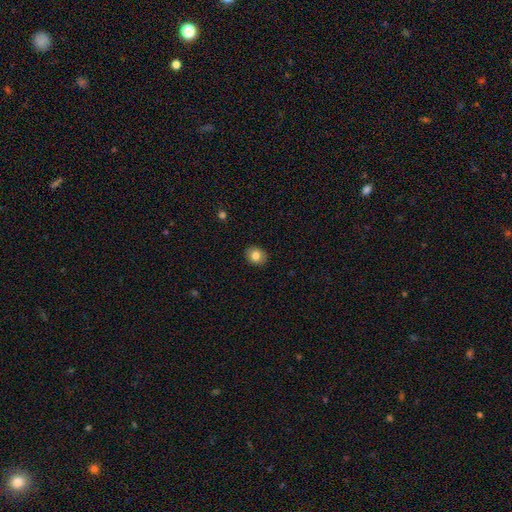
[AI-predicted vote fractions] The model was most divided on "how rounded": round: 56%, in between: 43%, cigar-shaped: 1%. More confident: merging — none (89%); smooth or featured — smooth (81%).